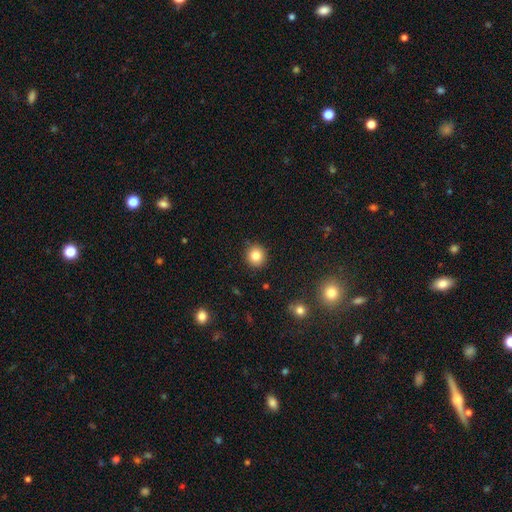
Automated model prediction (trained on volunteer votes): smooth-or-featured: smooth: 83% | star or artifact: 10% | featured or disk: 6%
  how-rounded: round: 88% | in between: 11% | cigar-shaped: 1%
  merging: none: 91% | minor disturbance: 6% | major disturbance: 2% | merger: 1%